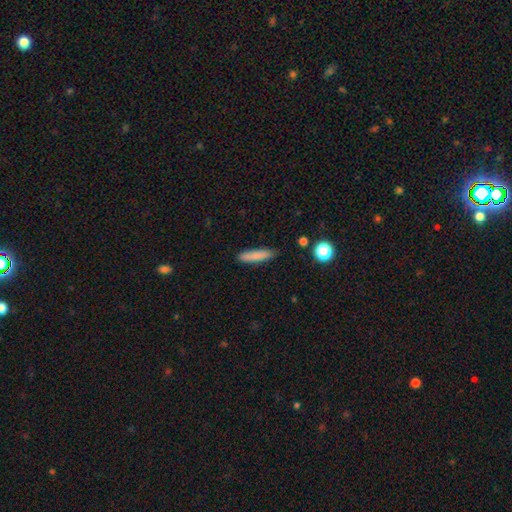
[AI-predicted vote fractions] Smooth or featured? smooth (83%)
How rounded? cigar-shaped (83%)
Merging? none (85%)